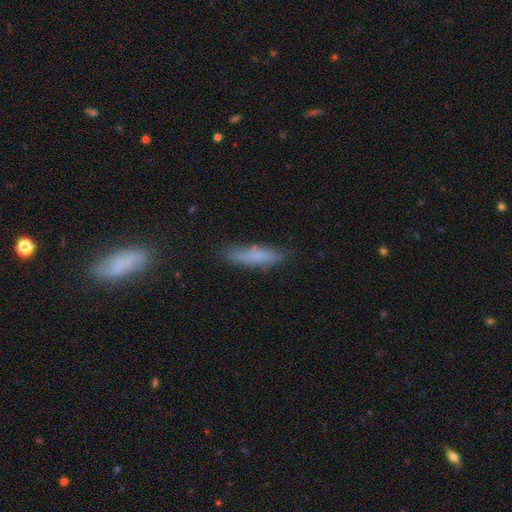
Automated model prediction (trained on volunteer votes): smooth_or_featured: smooth (p=0.74) [alt: featured or disk p=0.18]
how_rounded: cigar-shaped (p=0.81) [alt: in between p=0.18]
merging: none (p=0.77) [alt: minor disturbance p=0.17]